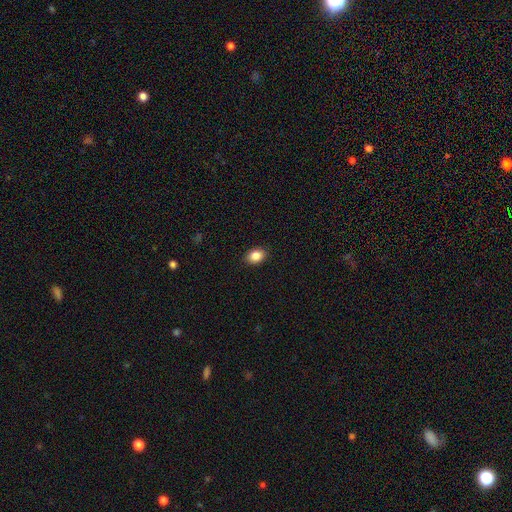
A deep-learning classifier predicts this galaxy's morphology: The model was most divided on "how rounded": in between: 73%, round: 26%, cigar-shaped: 1%. More confident: merging — none (89%); smooth or featured — smooth (87%).